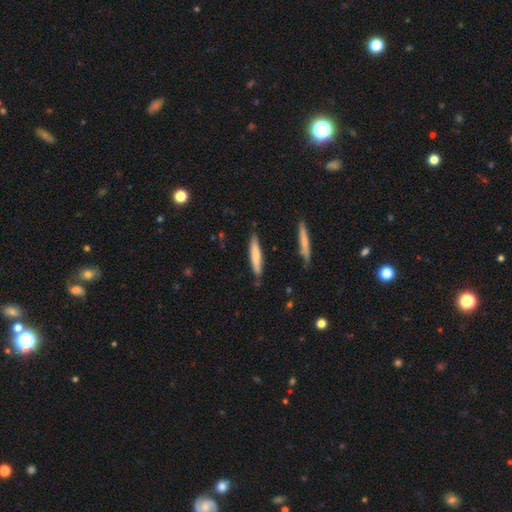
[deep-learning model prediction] Smooth or featured? smooth (70%)
How rounded? cigar-shaped (89%)
Merging? none (81%)